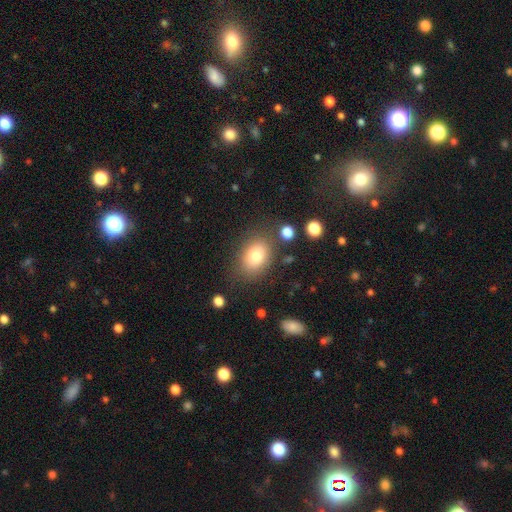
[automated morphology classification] This appears to be a smooth galaxy with no disk features (79%) that is in between round and cigar-shaped (71%). Merging: none (77%).